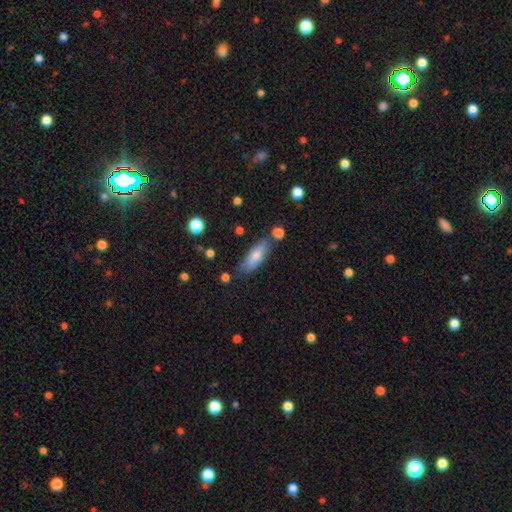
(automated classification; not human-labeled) This is likely a smooth galaxy (75%). How rounded: likely in between (65%). Merging: likely none (67%).